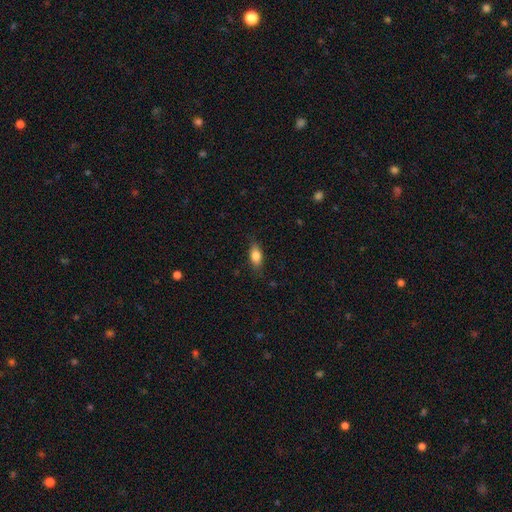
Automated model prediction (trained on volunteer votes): Smooth or featured?
  - smooth: 80% *
  - featured or disk: 12%
  - star or artifact: 8%
How rounded?
  - in between: 82% *
  - cigar-shaped: 12%
  - round: 5%
Merging?
  - none: 80% *
  - minor disturbance: 15%
  - major disturbance: 4%
  - merger: 1%